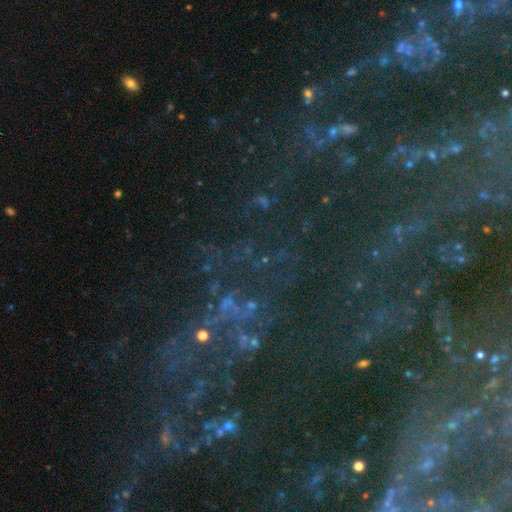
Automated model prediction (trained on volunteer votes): Smooth or featured?
  - star or artifact: 70% *
  - featured or disk: 19%
  - smooth: 11%